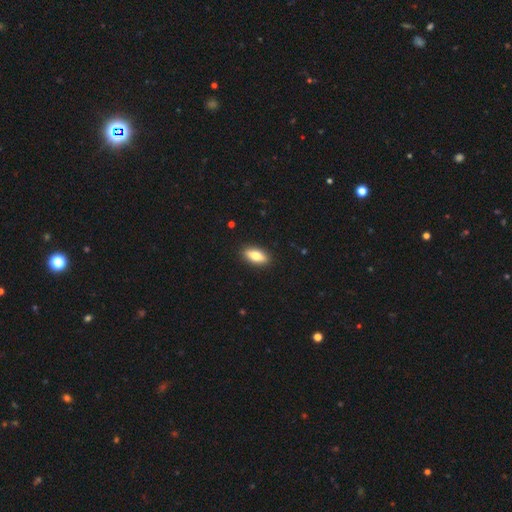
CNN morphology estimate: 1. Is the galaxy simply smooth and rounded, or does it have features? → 71% smooth, 22% featured or disk, 6% star or artifact.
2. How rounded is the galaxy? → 76% in between, 21% cigar-shaped, 3% round.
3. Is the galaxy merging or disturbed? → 90% none, 8% minor disturbance, 2% major disturbance, 1% merger.